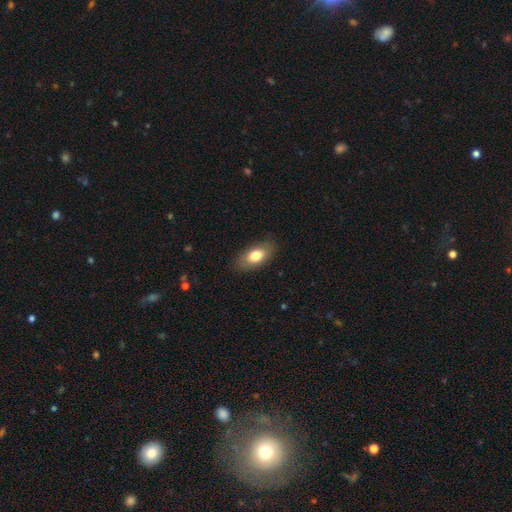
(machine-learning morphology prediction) smooth-or-featured: smooth: 76% | featured or disk: 17% | star or artifact: 7%
  how-rounded: in between: 90% | cigar-shaped: 6% | round: 5%
  merging: none: 85% | minor disturbance: 11% | major disturbance: 3% | merger: 1%